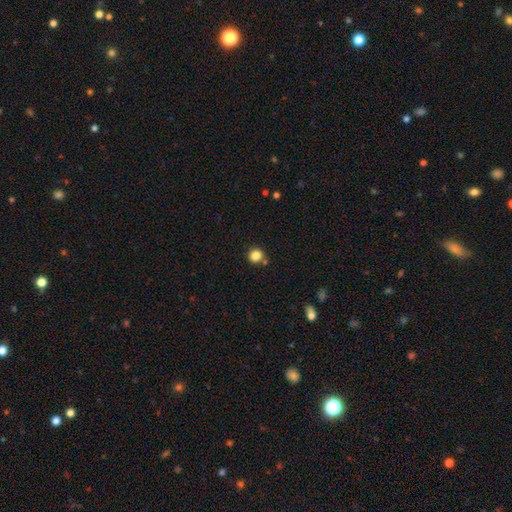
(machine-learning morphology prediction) This appears to be a smooth galaxy with no disk features (84%) that is round (92%). Merging: none (81%).